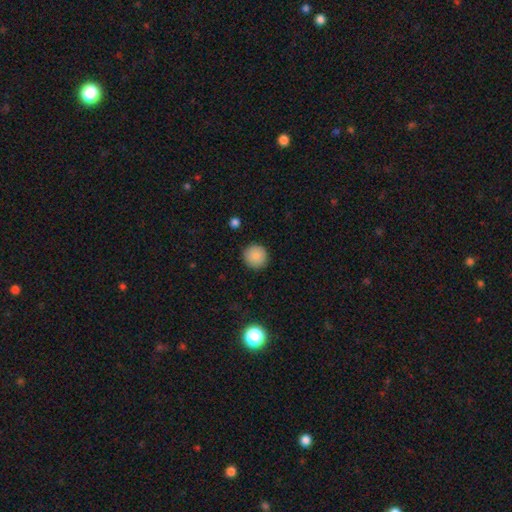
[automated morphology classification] Smooth or featured? smooth (88%)
How rounded? round (94%)
Merging? none (91%)